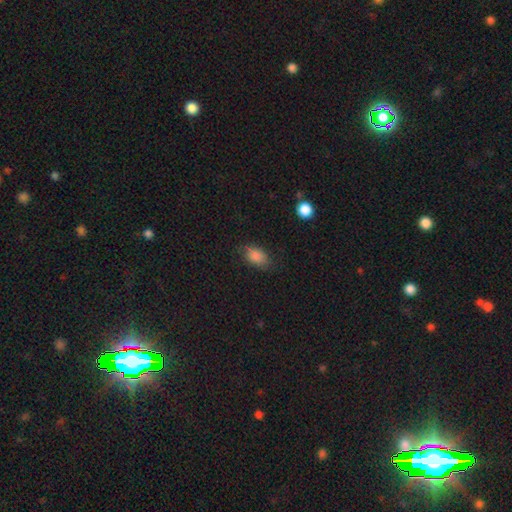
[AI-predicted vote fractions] This appears to be a smooth galaxy with no disk features (83%) that is in between round and cigar-shaped (83%). Merging: none (74%).